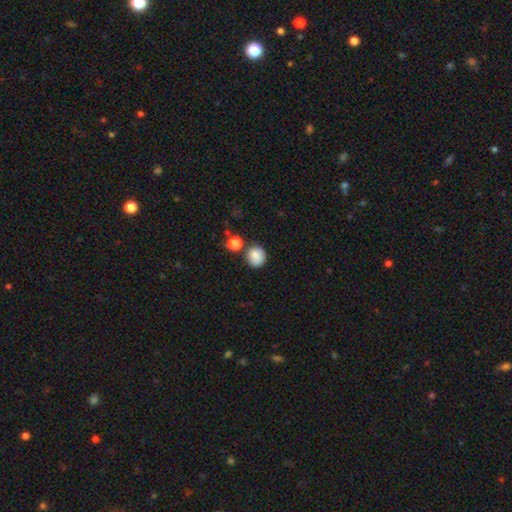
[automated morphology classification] This appears to be a smooth galaxy with no disk features (83%) that is round (87%). Merging: none (68%).